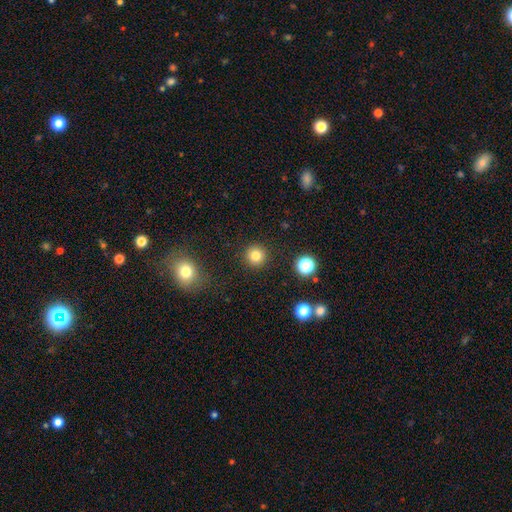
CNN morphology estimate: The model was most divided on "smooth or featured": smooth: 82%, star or artifact: 12%, featured or disk: 6%. More confident: how rounded — round (95%); merging — none (91%).